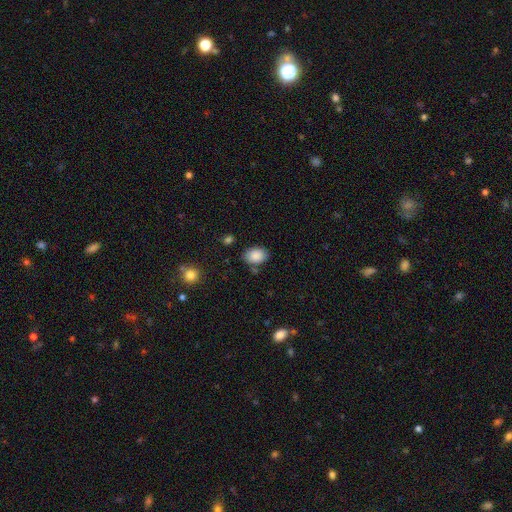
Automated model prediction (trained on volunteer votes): Smooth or featured?
  - smooth: 88% *
  - star or artifact: 8%
  - featured or disk: 5%
How rounded?
  - in between: 78% *
  - round: 21%
  - cigar-shaped: 1%
Merging?
  - none: 78% *
  - minor disturbance: 14%
  - merger: 4%
  - major disturbance: 4%